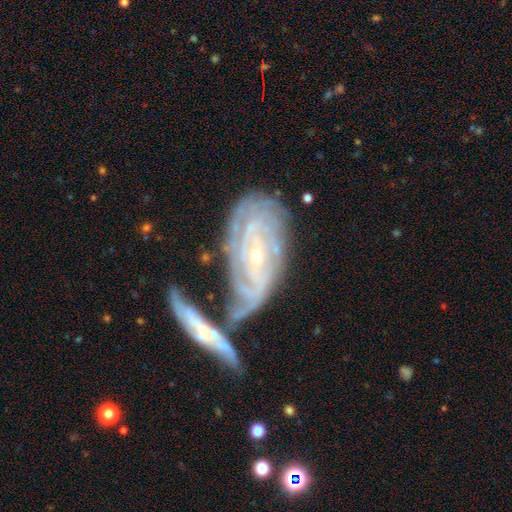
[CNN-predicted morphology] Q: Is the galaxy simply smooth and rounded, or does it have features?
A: featured or disk — 86%.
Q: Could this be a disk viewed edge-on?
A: no — 93%.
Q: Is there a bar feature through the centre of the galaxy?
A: no — 55%.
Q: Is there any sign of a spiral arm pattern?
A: yes — 95%.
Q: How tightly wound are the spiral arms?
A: tight — 76%.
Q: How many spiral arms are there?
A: can't tell — 40%.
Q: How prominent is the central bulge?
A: small — 76%.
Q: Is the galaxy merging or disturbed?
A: none — 40%.